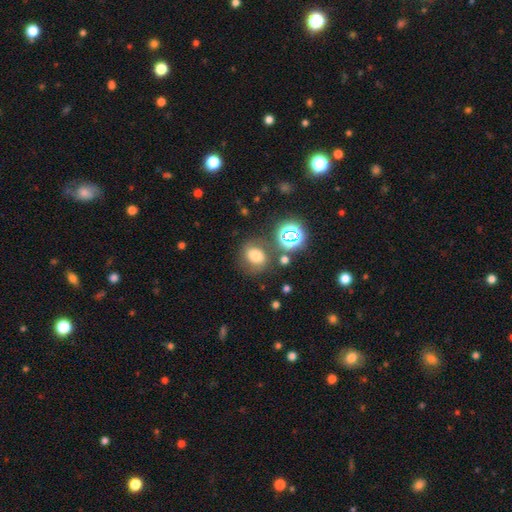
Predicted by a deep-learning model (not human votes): The model was most divided on "how rounded": round: 59%, in between: 40%, cigar-shaped: 1%. More confident: merging — none (67%); smooth or featured — smooth (61%).